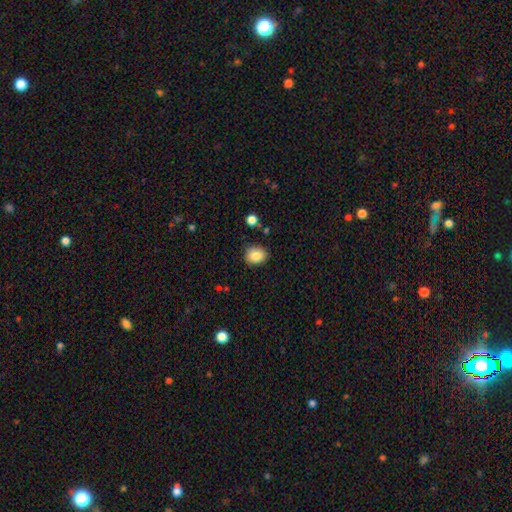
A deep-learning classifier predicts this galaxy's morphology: The model was most divided on "how rounded": round: 64%, in between: 35%, cigar-shaped: 1%. More confident: smooth or featured — smooth (85%); merging — none (85%).